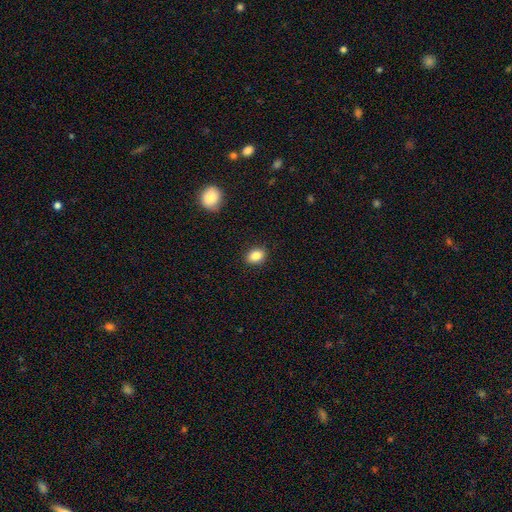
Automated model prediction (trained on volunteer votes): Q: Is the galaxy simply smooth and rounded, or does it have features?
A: smooth — 86%.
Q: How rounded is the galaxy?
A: in between — 68%.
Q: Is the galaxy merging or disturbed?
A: none — 88%.